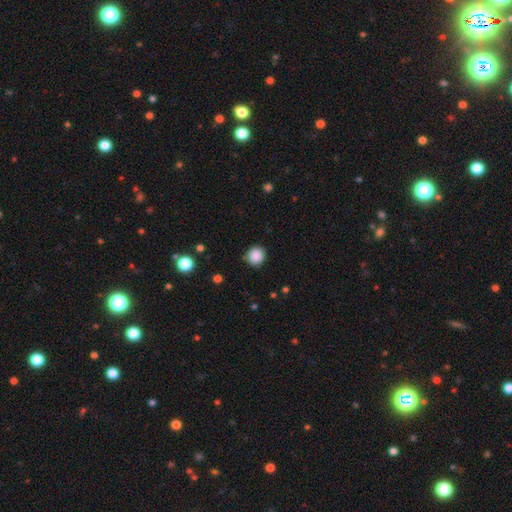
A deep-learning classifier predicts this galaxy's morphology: Smooth or featured?
  - smooth: 88% *
  - star or artifact: 10%
  - featured or disk: 3%
How rounded?
  - round: 93% *
  - in between: 6%
  - cigar-shaped: 1%
Merging?
  - none: 89% *
  - minor disturbance: 8%
  - major disturbance: 2%
  - merger: 1%